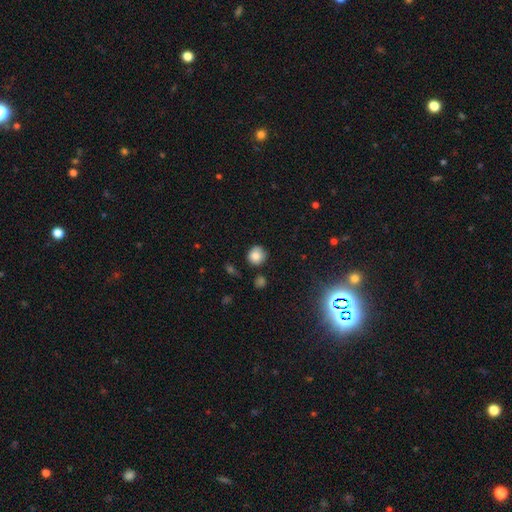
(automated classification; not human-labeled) Smooth or featured? Predicted: smooth (p=0.83). How rounded? Predicted: round (p=0.87). Merging? Predicted: none (p=0.79).